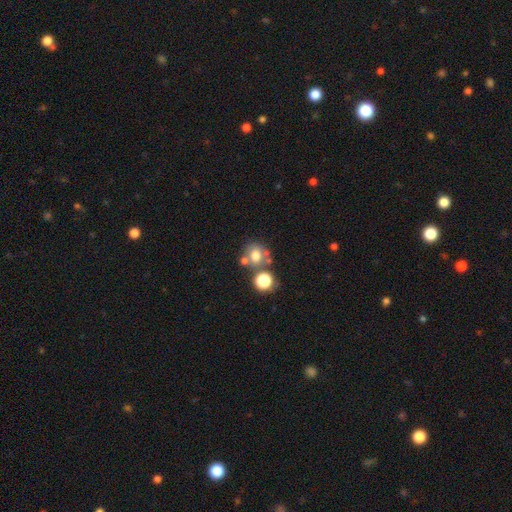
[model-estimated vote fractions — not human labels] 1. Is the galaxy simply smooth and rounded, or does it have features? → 67% smooth, 18% featured or disk, 16% star or artifact.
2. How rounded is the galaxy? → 76% round, 23% in between, 1% cigar-shaped.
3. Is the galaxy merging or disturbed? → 52% none, 30% merger, 12% minor disturbance, 6% major disturbance.